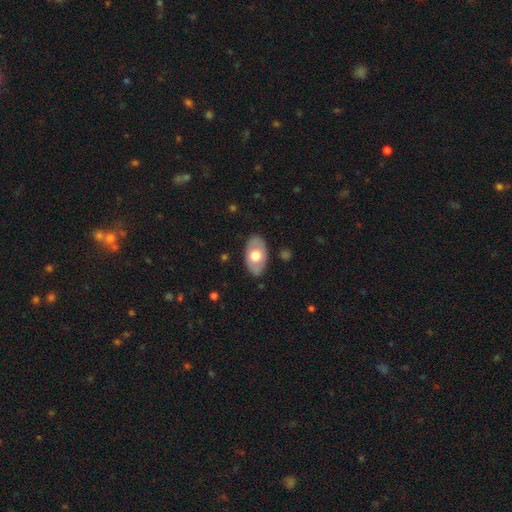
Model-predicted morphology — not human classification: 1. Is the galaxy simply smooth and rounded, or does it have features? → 56% smooth, 39% featured or disk, 5% star or artifact.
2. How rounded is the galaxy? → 91% in between, 7% round, 1% cigar-shaped.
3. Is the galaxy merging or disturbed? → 83% none, 13% minor disturbance, 3% major disturbance, 1% merger.